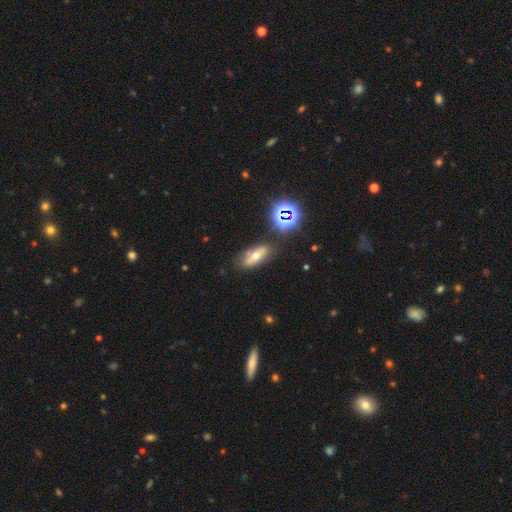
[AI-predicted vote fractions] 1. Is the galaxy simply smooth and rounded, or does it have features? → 41% smooth, 40% featured or disk, 19% star or artifact.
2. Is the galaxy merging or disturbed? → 72% none, 16% minor disturbance, 7% merger, 5% major disturbance.